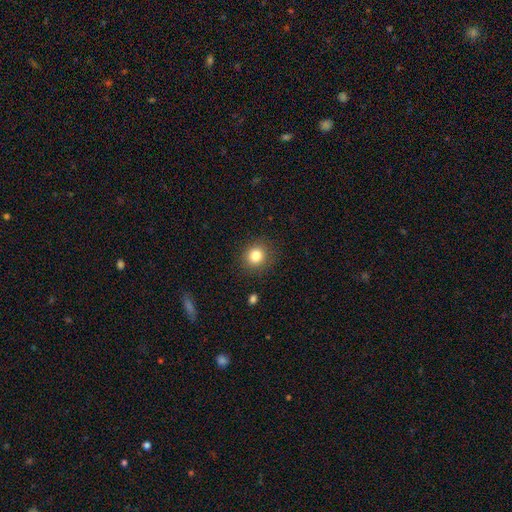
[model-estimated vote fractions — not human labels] A smooth galaxy with no disk features (82%) that is round (86%). Merging: none (88%).